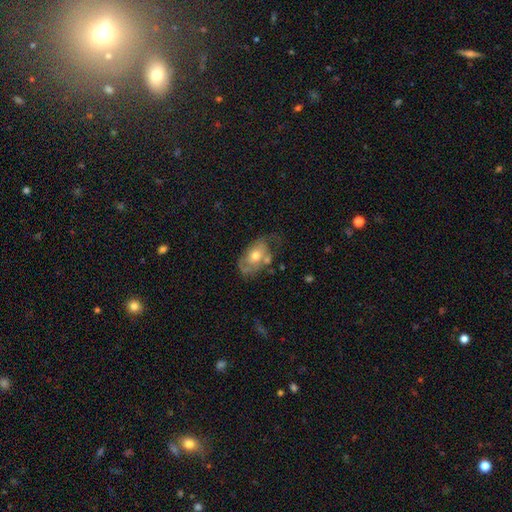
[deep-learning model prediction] This appears to be a featured or disk galaxy (49%). Merging: none (39%).